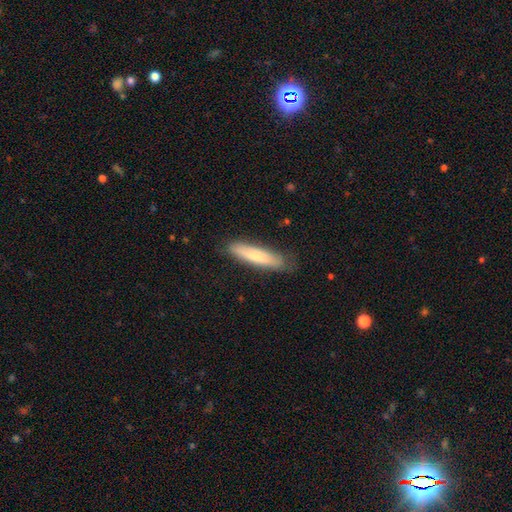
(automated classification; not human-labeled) A smooth galaxy with no disk features (73%) that is cigar-shaped (83%). Merging: none (82%).